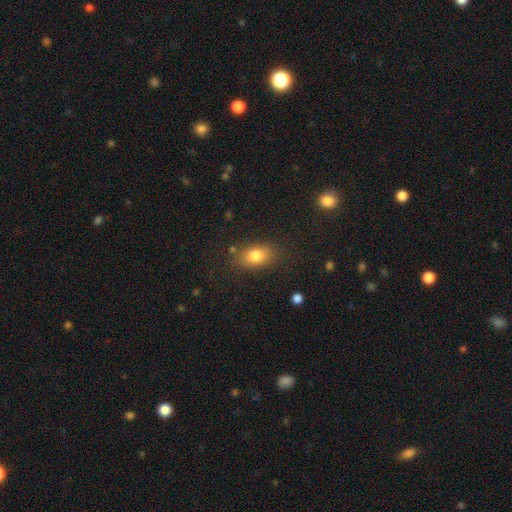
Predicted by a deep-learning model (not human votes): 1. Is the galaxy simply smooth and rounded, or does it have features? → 82% smooth, 10% star or artifact, 9% featured or disk.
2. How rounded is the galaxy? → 80% in between, 18% round, 3% cigar-shaped.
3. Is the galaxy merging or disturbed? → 80% none, 13% minor disturbance, 4% major disturbance, 3% merger.